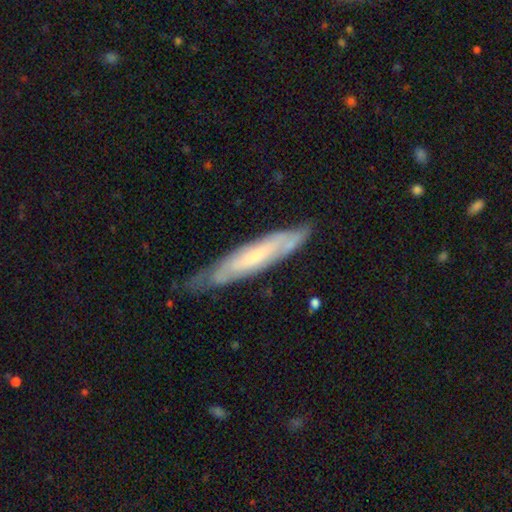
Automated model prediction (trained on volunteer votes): This appears to be a featured or disk galaxy (64%) viewed edge-on (55%). Merging: none (69%).